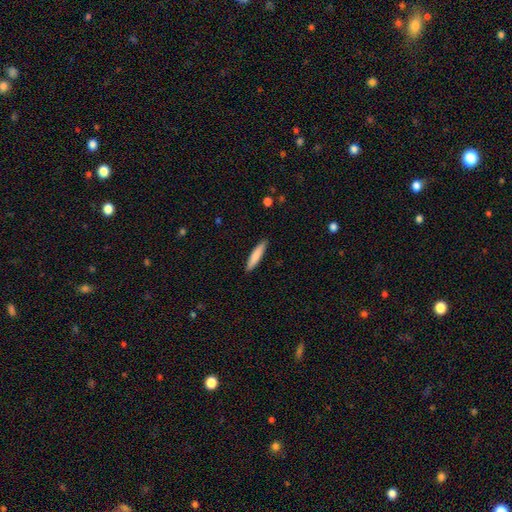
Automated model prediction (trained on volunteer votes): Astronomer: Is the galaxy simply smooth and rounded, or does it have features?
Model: smooth — 82%.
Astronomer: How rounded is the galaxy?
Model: cigar-shaped — 87%.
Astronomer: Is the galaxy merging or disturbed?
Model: none — 89%.